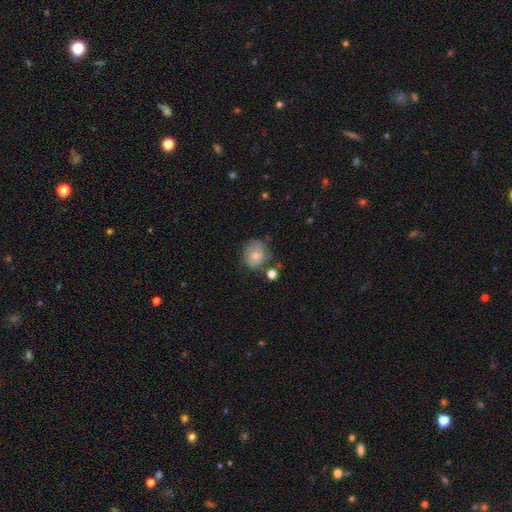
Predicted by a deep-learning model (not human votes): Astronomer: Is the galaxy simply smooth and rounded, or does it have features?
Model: smooth — 65%.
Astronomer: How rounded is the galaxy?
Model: round — 72%.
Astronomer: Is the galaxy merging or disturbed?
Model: none — 55%.